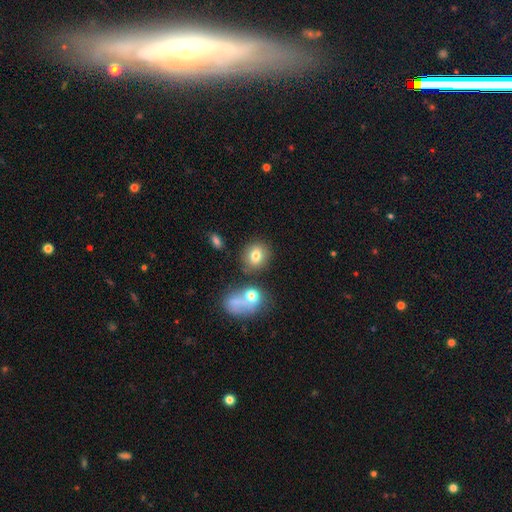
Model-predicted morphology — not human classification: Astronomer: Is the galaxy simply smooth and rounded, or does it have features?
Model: smooth — 76%.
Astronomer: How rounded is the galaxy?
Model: round — 75%.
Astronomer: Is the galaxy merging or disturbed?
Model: none — 76%.